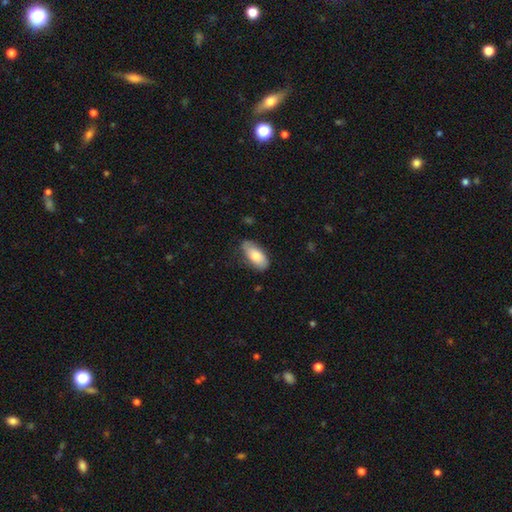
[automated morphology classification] This is likely a smooth galaxy (77%). How rounded: clearly in between (91%). Merging: likely none (72%).